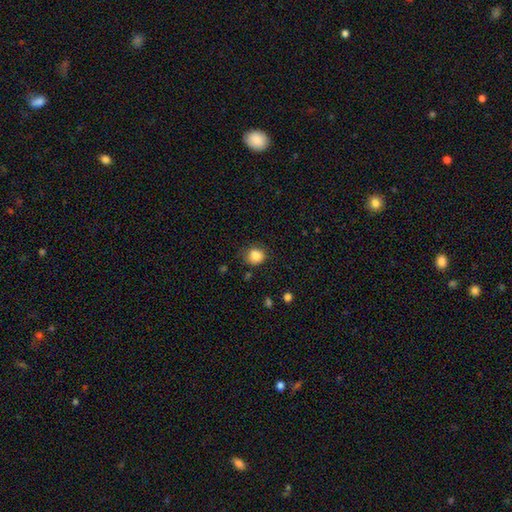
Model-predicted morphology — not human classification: smooth 86%, star or artifact 10%, featured or disk 4%. Down the decision tree: how rounded — round (79%); merging — none (71%).